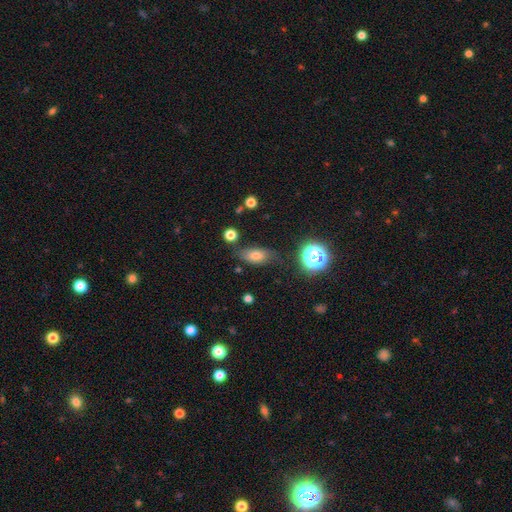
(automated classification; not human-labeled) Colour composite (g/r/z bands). It shows a smooth galaxy with no disk features (72%) that is in between round and cigar-shaped (81%). Merging: none (72%).